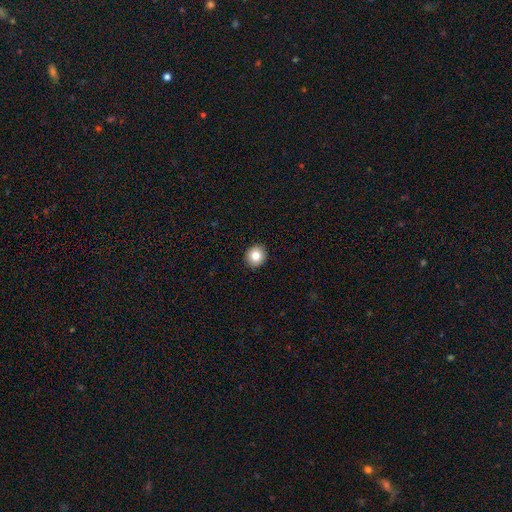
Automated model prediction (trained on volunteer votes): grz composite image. It shows a smooth galaxy with no disk features (82%) that is round (88%). Merging: none (93%).